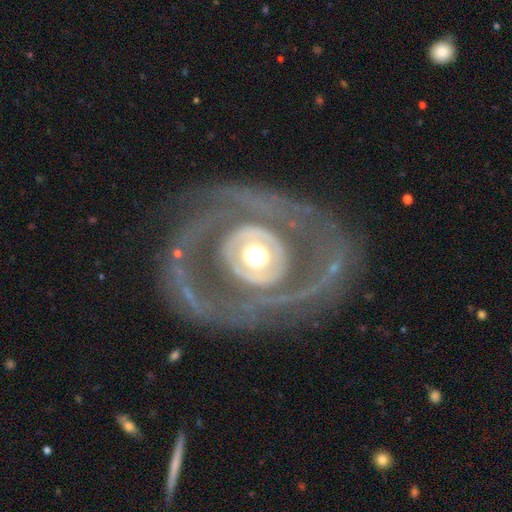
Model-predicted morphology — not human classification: Smooth or featured? Predicted: featured or disk (p=0.81). Edge-on disk? Predicted: no (p=0.95). Bar? Predicted: no (p=0.82). Spiral arms? Predicted: yes (p=0.61). Bulge size? Predicted: moderate (p=0.50). Merging? Predicted: none (p=0.71).